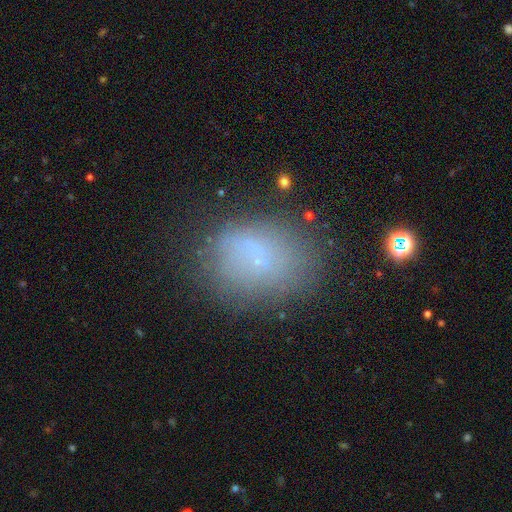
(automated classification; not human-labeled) Overall: smooth (59%; featured or disk 25%). How rounded: in between (61%; round 37%). Merging: none (61%; minor disturbance 23%).